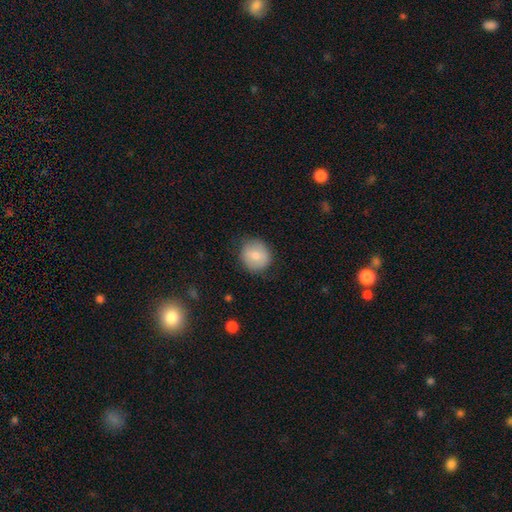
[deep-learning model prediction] The model was most divided on "smooth or featured": smooth: 75%, featured or disk: 18%, star or artifact: 8%. More confident: how rounded — round (86%); merging — none (82%).